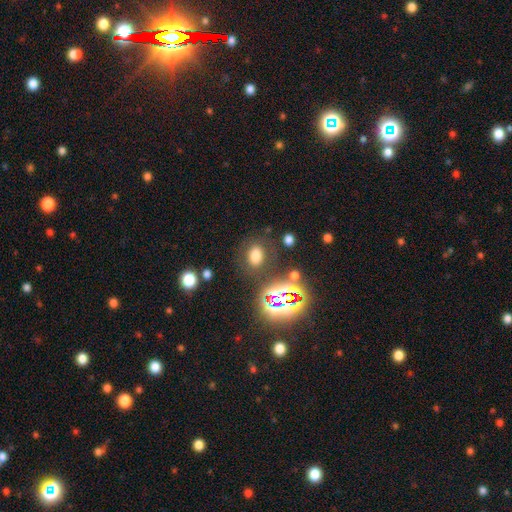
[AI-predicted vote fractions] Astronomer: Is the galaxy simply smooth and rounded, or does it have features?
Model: smooth — 65%.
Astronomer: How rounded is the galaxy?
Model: in between — 67%.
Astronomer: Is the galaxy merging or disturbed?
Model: none — 80%.